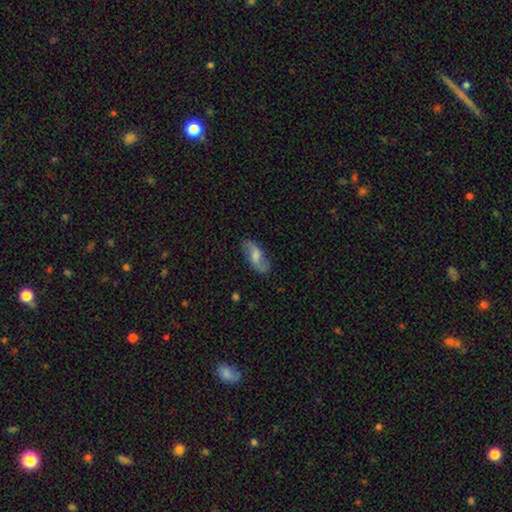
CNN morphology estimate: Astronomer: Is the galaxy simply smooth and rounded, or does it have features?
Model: featured or disk — 53% (runner-up: smooth, 40%).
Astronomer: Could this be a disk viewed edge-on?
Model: no — 91%.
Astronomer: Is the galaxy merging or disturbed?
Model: none — 78%.